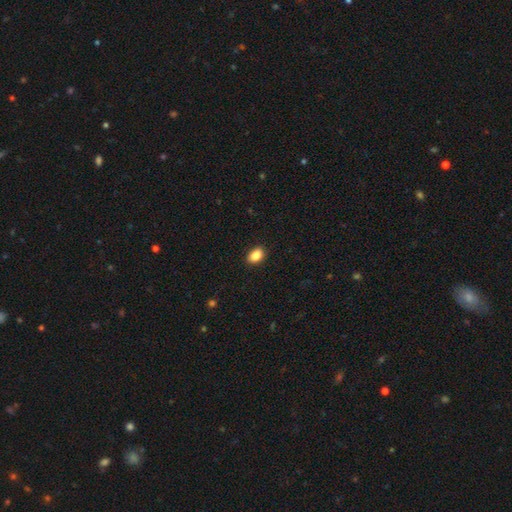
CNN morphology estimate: smooth 86%, star or artifact 8%, featured or disk 5%. Down the decision tree: how rounded — in between (83%); merging — none (90%).